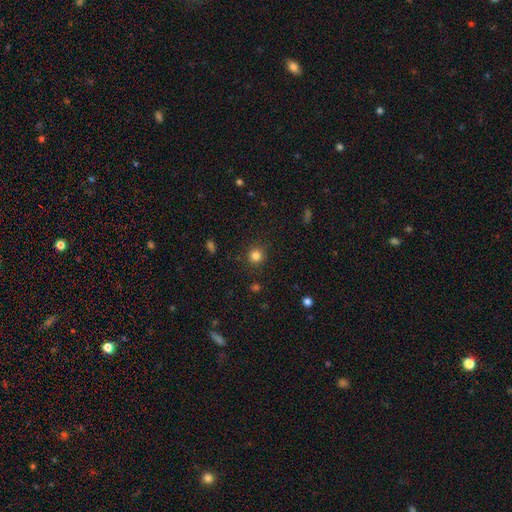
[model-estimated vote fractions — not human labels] smooth_or_featured: smooth (p=0.82) [alt: star or artifact p=0.13]
how_rounded: round (p=0.93) [alt: in between p=0.06]
merging: none (p=0.88) [alt: minor disturbance p=0.08]